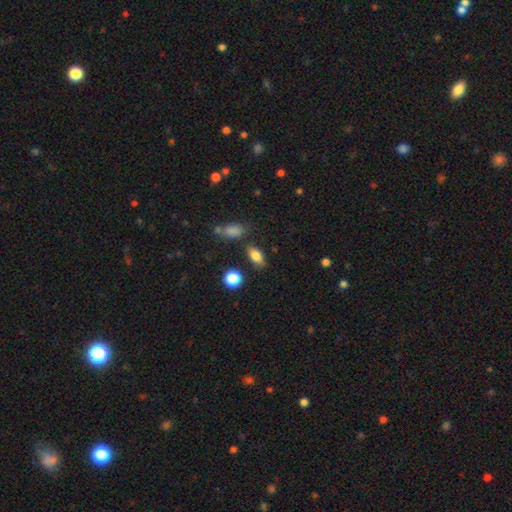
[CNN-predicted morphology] The model was most divided on "merging": none: 79%, minor disturbance: 13%, merger: 5%, major disturbance: 4%. More confident: how rounded — in between (84%); smooth or featured — smooth (82%).